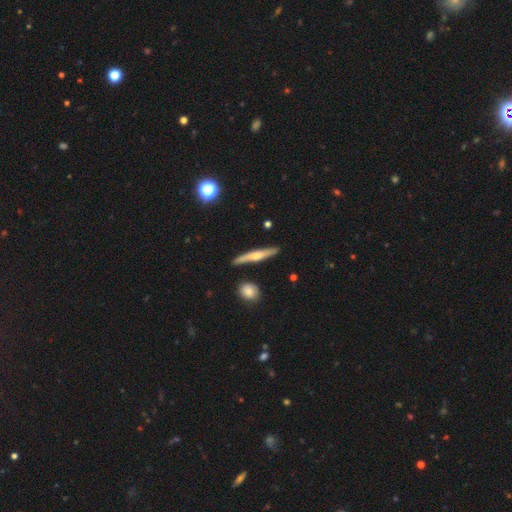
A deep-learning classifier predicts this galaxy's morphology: The model was most divided on "smooth or featured": featured or disk: 51%, smooth: 43%, star or artifact: 6%. More confident: edge-on disk — yes (93%); merging — none (86%).